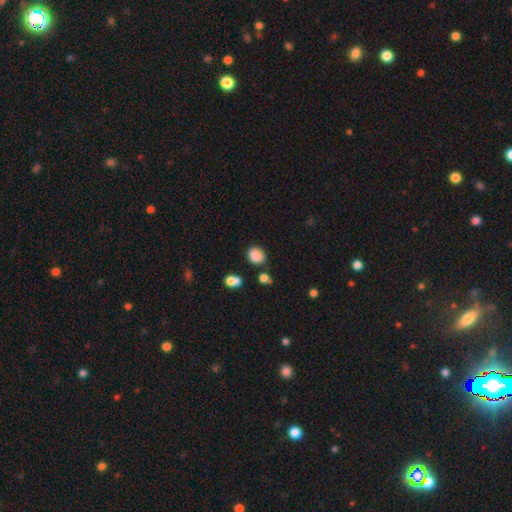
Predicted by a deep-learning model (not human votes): Smooth or featured? smooth (86%)
How rounded? round (62%)
Merging? none (79%)